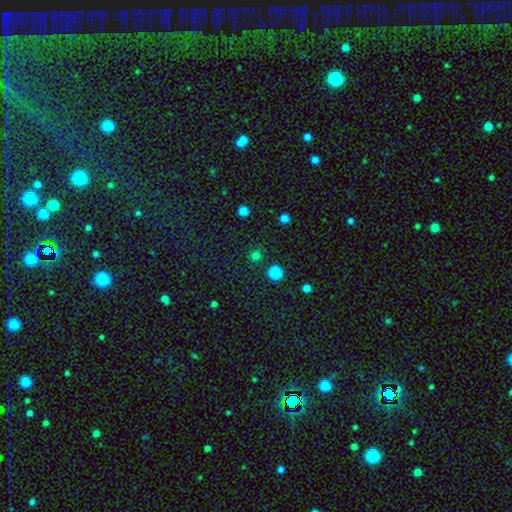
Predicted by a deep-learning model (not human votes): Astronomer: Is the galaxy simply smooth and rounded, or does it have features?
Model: smooth — 74%.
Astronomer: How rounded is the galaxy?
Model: round — 93%.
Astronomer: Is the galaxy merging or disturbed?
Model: none — 87%.